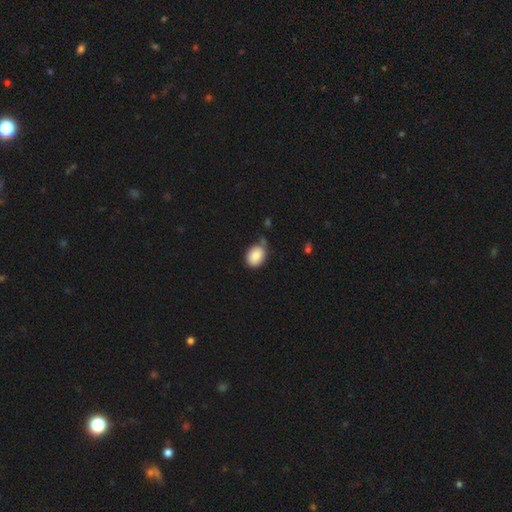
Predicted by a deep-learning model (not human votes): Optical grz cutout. It shows a smooth galaxy with no disk features (87%) that is in between round and cigar-shaped (68%). Merging: none (62%).